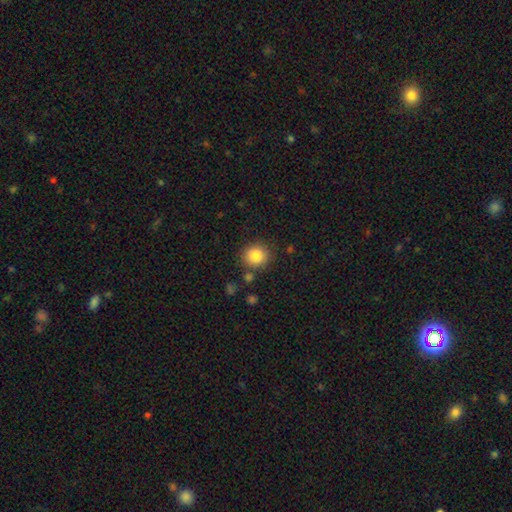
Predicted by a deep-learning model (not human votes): Overall: smooth (85%). How rounded: round (86%). Merging: none (82%).